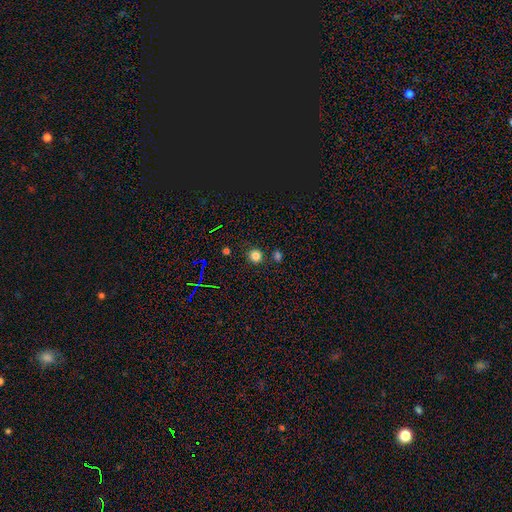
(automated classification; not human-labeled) Smooth or featured?
  - smooth: 79% *
  - star or artifact: 16%
  - featured or disk: 5%
How rounded?
  - round: 90% *
  - in between: 9%
  - cigar-shaped: 1%
Merging?
  - none: 83% *
  - minor disturbance: 8%
  - merger: 7%
  - major disturbance: 3%